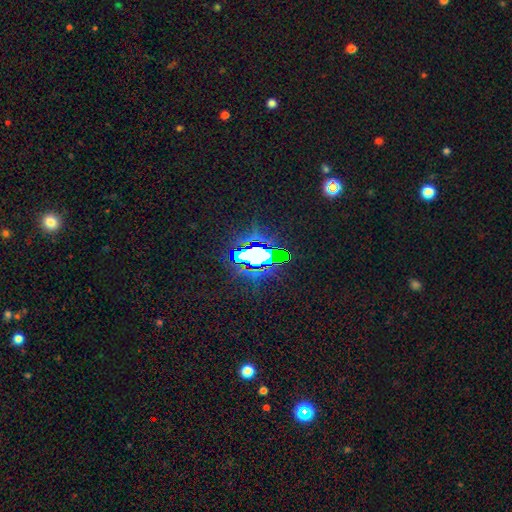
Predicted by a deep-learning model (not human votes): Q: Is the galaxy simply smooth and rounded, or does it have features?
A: star or artifact — 67%.